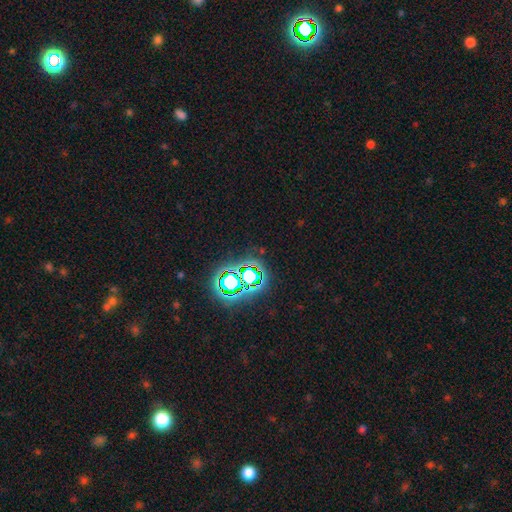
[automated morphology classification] Smooth or featured?
  - star or artifact: 73% *
  - smooth: 18%
  - featured or disk: 8%